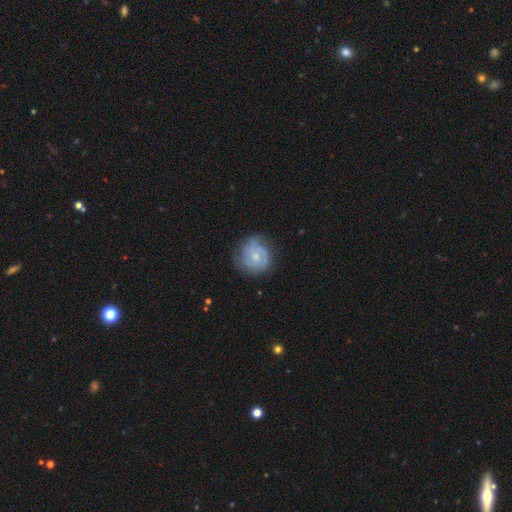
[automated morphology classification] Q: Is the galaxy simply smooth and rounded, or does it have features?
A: featured or disk — 63%.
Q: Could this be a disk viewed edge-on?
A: no — 98%.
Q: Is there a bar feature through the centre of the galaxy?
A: no — 68%.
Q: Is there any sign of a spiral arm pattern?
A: yes — 88%.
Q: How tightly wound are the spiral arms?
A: tight — 56%.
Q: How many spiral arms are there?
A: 2 — 35%.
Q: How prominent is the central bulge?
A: small — 57%.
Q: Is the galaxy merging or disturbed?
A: none — 67%.